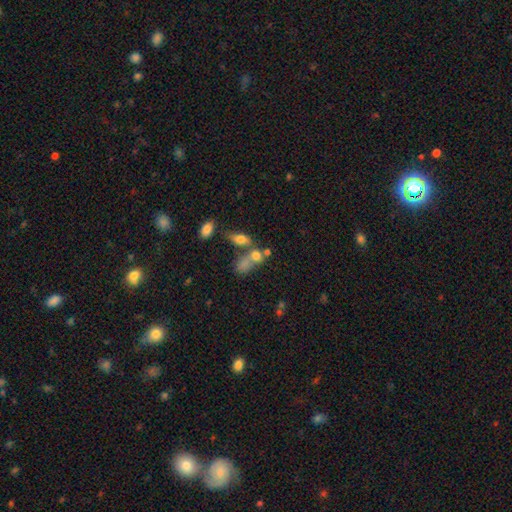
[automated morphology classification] smooth_or_featured: smooth (p=0.69) [alt: featured or disk p=0.18]
how_rounded: in between (p=0.68) [alt: round p=0.26]
merging: merger (p=0.53) [alt: none p=0.28]